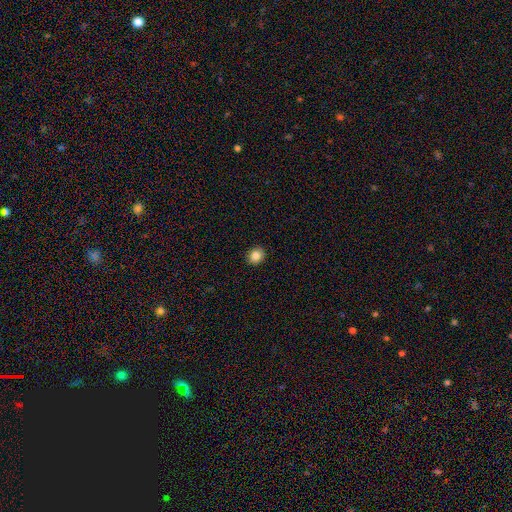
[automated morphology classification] Q: Smooth or featured?
A: smooth (84%); runner-up: star or artifact (10%)
Q: How rounded?
A: round (72%); runner-up: in between (27%)
Q: Merging?
A: none (91%); runner-up: minor disturbance (6%)